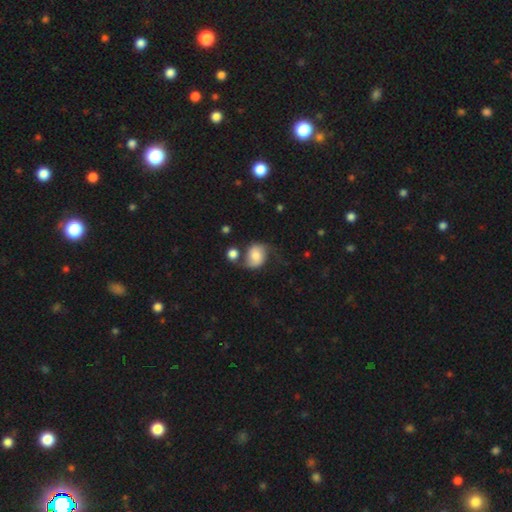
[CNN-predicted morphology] smooth_or_featured: smooth (p=0.47) [alt: featured or disk p=0.44]
merging: none (p=0.48) [alt: minor disturbance p=0.22]